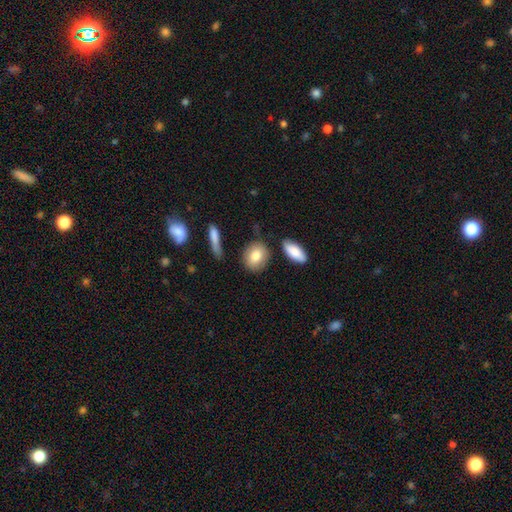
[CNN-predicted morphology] Q: Smooth or featured?
A: smooth (81%); runner-up: featured or disk (12%)
Q: How rounded?
A: in between (50%); runner-up: round (46%)
Q: Merging?
A: none (78%); runner-up: minor disturbance (13%)